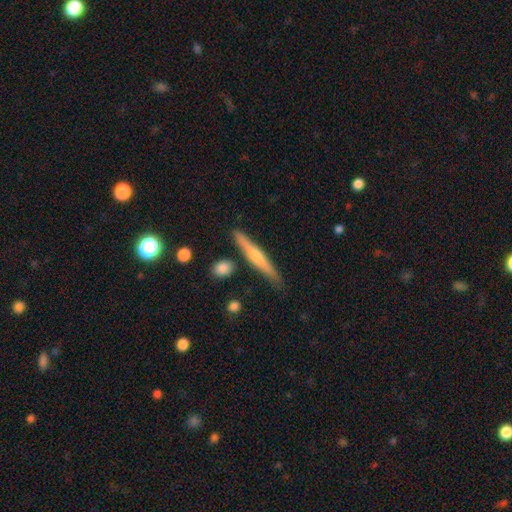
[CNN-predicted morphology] This appears to be a featured or disk galaxy (53%) viewed edge-on (96%) with a rounded central bulge (70%). Merging: none (83%).